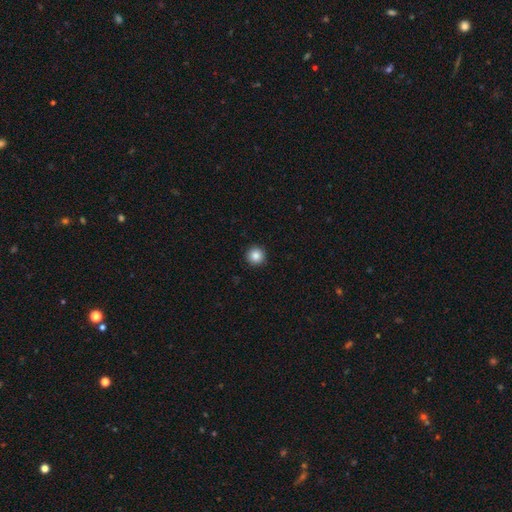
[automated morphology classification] This is clearly a smooth galaxy (86%). How rounded: clearly round (96%). Merging: clearly none (93%).